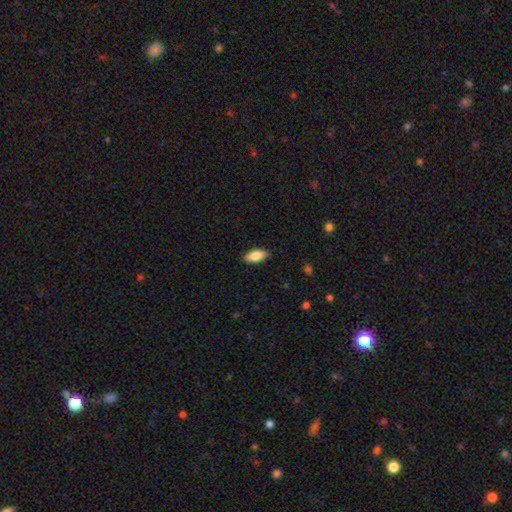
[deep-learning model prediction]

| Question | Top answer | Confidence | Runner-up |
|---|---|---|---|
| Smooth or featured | smooth | 79% | featured or disk (15%) |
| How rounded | in between | 84% | cigar-shaped (13%) |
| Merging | none | 87% | minor disturbance (11%) |